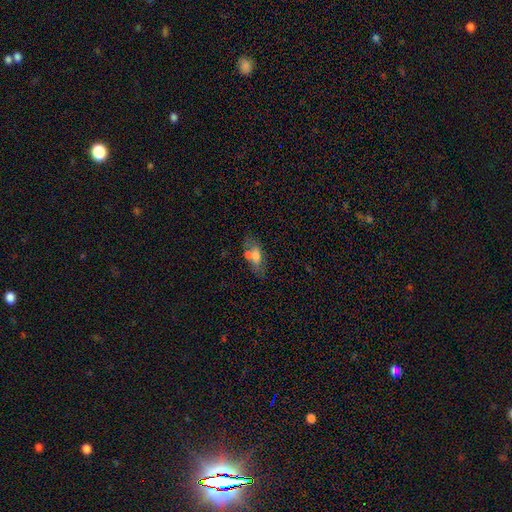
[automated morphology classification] Q: Smooth or featured?
A: smooth (63%); runner-up: featured or disk (27%)
Q: How rounded?
A: in between (80%); runner-up: cigar-shaped (15%)
Q: Merging?
A: none (51%); runner-up: merger (23%)